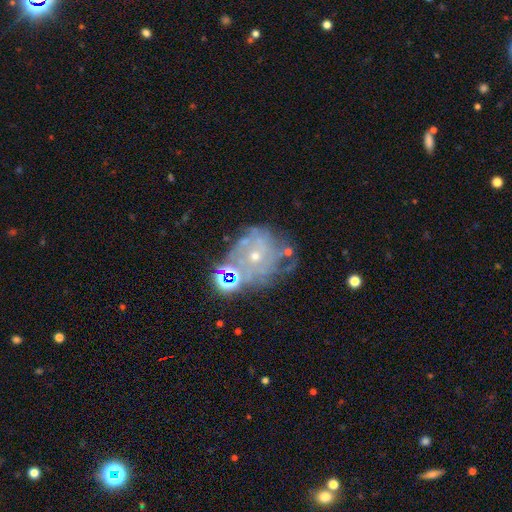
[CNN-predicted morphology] A featured or disk galaxy (67%) with no bar (83%), spiral arms (67%) and a small central bulge (73%).

Vote fractions:
- Smooth or featured? featured or disk: 67% / star or artifact: 18% / smooth: 15%
- Edge-on disk? no: 97% / yes: 3%
- Bar? no: 83% / weak: 14% / strong: 4%
- Spiral arms? yes: 67% / no: 33%
- Bulge size? small: 73% / moderate: 22% / none: 3% / large: 1% / dominant: 1%
- Merging? none: 51% / minor disturbance: 21% / major disturbance: 18% / merger: 10%